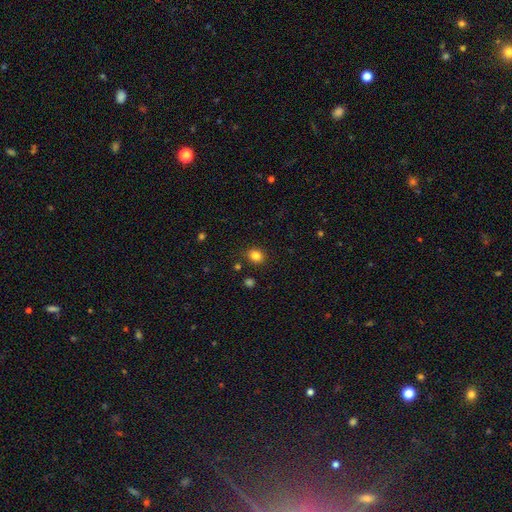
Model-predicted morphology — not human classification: A smooth galaxy with no disk features (83%) that is round (68%). Merging: none (85%).